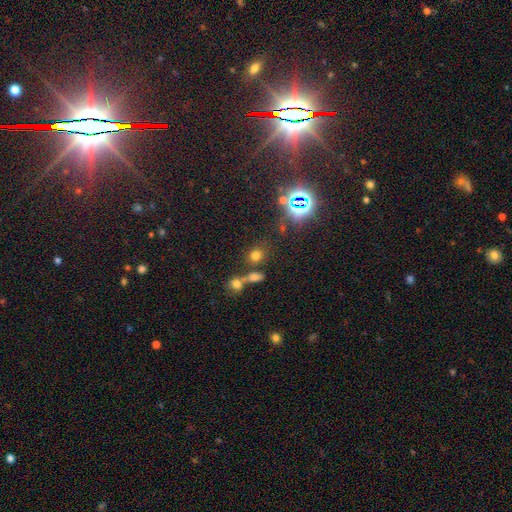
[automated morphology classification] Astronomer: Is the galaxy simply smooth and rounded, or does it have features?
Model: smooth — 53% (runner-up: star or artifact, 38%).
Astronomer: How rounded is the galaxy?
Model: round — 65%.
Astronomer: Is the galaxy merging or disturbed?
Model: none — 62%.